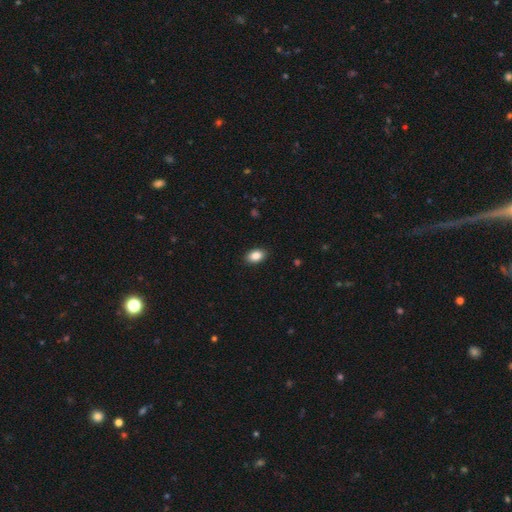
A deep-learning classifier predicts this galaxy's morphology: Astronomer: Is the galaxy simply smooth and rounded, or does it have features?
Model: smooth — 88%.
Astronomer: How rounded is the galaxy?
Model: in between — 86%.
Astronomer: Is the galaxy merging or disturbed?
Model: none — 89%.